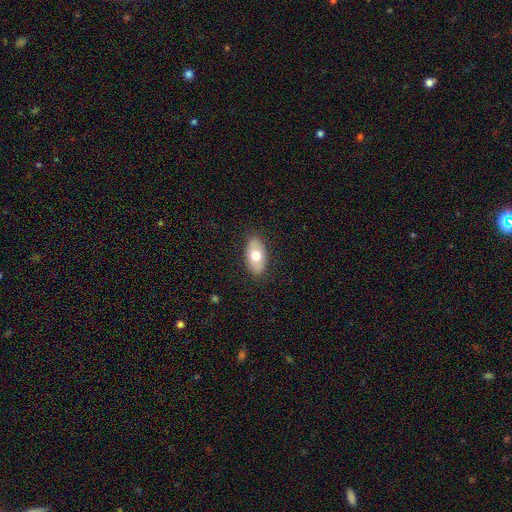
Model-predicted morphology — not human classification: Smooth or featured?
  - smooth: 69% *
  - featured or disk: 25%
  - star or artifact: 6%
How rounded?
  - in between: 93% *
  - round: 4%
  - cigar-shaped: 2%
Merging?
  - none: 86% *
  - minor disturbance: 11%
  - major disturbance: 3%
  - merger: 1%